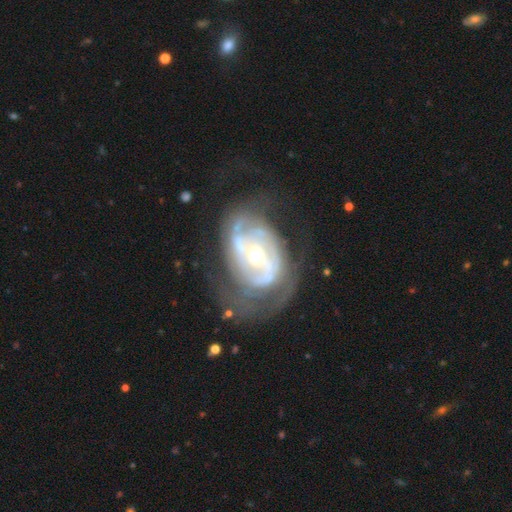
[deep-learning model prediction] Q: Smooth or featured?
A: featured or disk (86%); runner-up: smooth (9%)
Q: Edge-on disk?
A: no (97%); runner-up: yes (3%)
Q: Bar?
A: no (53%); runner-up: weak (32%)
Q: Spiral arms?
A: yes (87%); runner-up: no (13%)
Q: Spiral winding?
A: tight (52%); runner-up: medium (34%)
Q: Spiral arm count?
A: 2 (41%); runner-up: can't tell (32%)
Q: Bulge size?
A: moderate (50%); runner-up: small (45%)
Q: Merging?
A: none (51%); runner-up: major disturbance (24%)